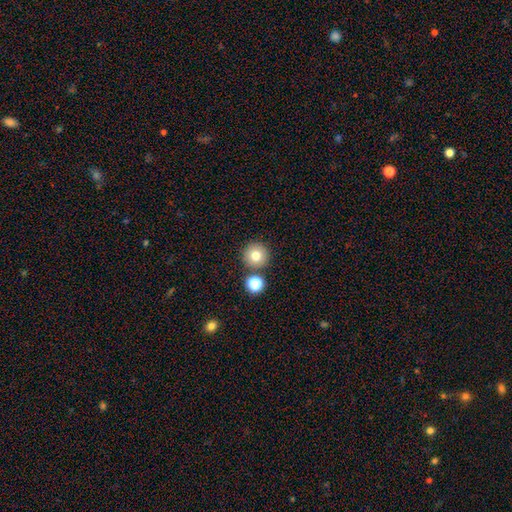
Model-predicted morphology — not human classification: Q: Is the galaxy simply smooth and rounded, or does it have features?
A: smooth — 78%.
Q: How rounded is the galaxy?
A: round — 96%.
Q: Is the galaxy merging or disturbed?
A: none — 83%.